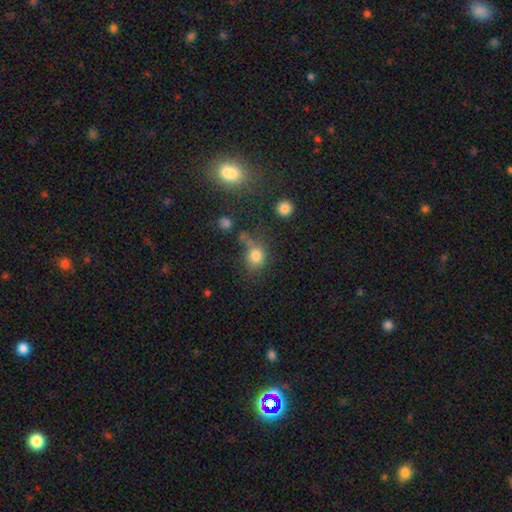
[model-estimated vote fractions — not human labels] Overall: smooth (77%). How rounded: round (67%; in between 32%). Merging: none (47%; minor disturbance 19%).